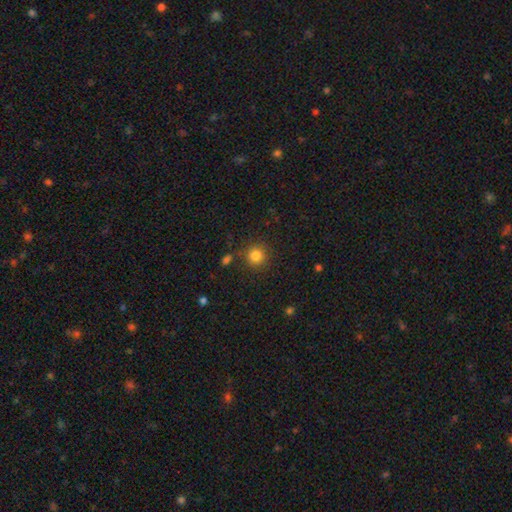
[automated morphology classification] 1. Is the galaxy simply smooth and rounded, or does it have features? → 83% smooth, 12% star or artifact, 5% featured or disk.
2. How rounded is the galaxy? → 93% round, 6% in between, 1% cigar-shaped.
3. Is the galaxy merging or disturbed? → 86% none, 8% minor disturbance, 3% merger, 3% major disturbance.